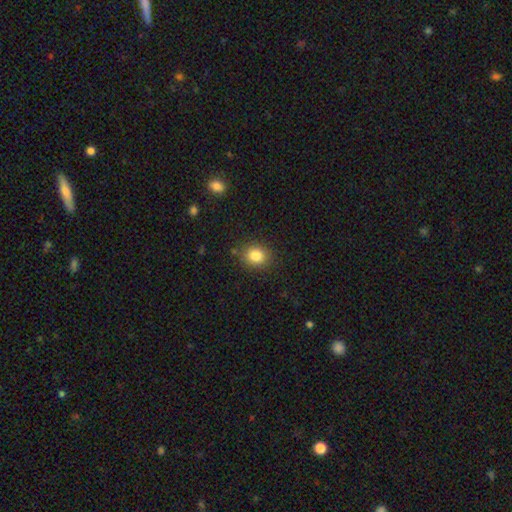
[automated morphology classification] The model was most divided on "how rounded": round: 65%, in between: 34%, cigar-shaped: 1%. More confident: merging — none (84%); smooth or featured — smooth (84%).